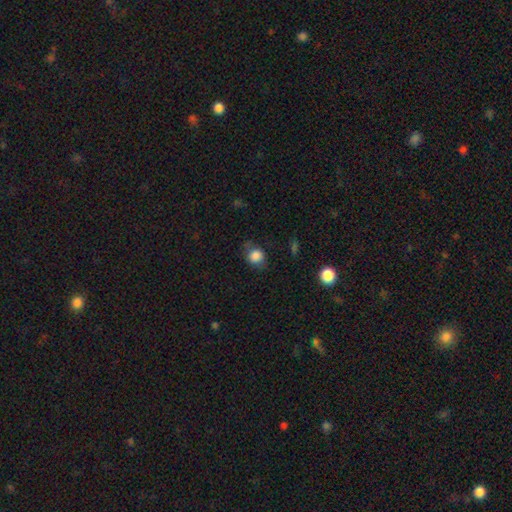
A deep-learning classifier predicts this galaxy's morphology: Smooth or featured? smooth (83%)
How rounded? round (76%)
Merging? none (67%)